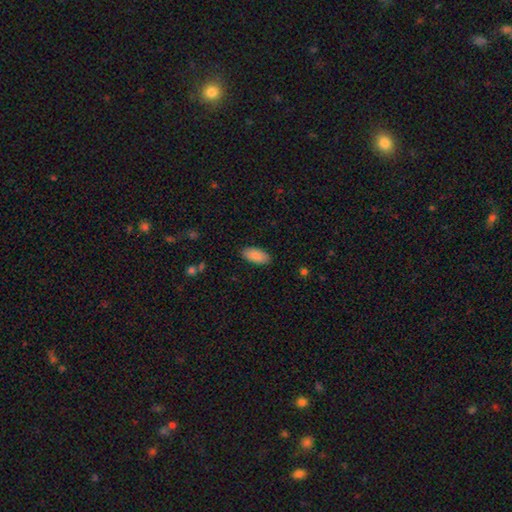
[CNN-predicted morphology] Smooth or featured? Predicted: smooth (p=0.88). How rounded? Predicted: in between (p=0.92). Merging? Predicted: none (p=0.89).